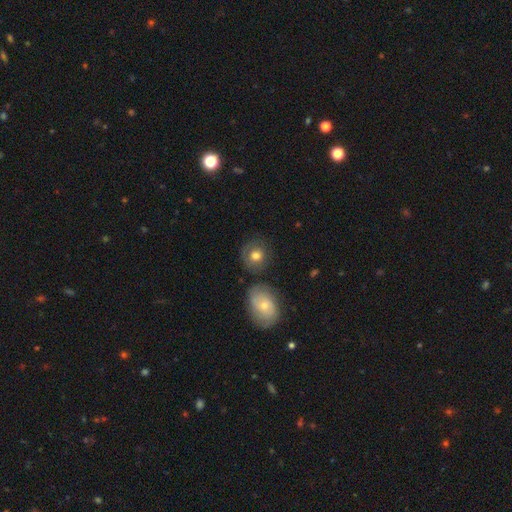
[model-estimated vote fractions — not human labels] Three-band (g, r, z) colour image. It shows a smooth galaxy with no disk features (70%) that is round (82%). Merging: none (72%).